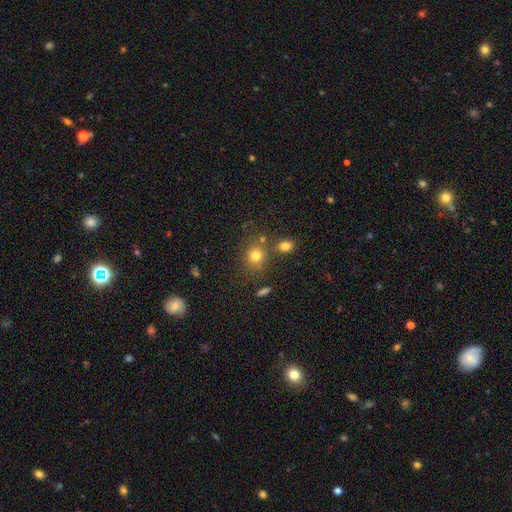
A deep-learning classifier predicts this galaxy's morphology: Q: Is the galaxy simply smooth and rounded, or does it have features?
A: smooth — 77%.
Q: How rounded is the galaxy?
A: round — 79%.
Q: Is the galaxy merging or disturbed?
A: none — 70%.